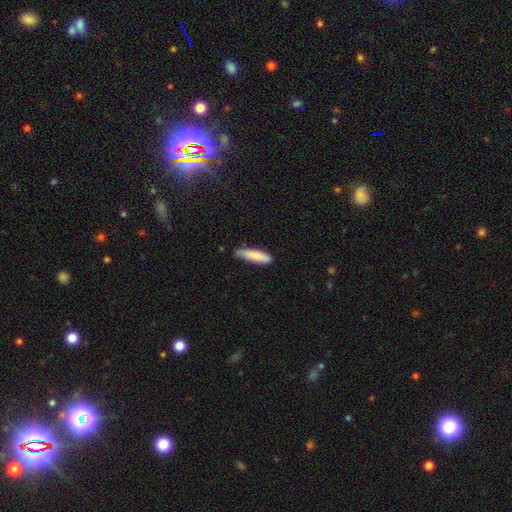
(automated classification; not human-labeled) Overall: smooth (84%). How rounded: cigar-shaped (74%). Merging: none (68%).